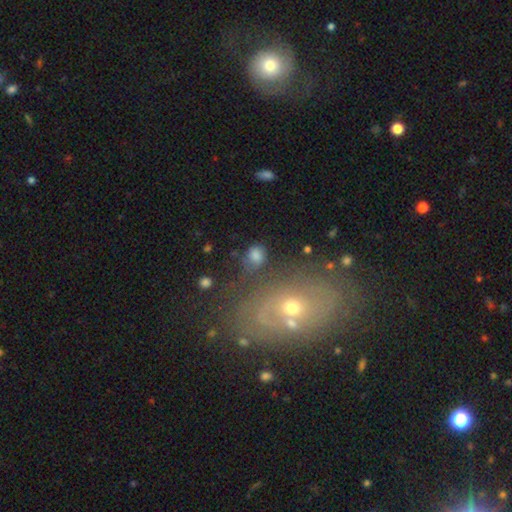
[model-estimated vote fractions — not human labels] smooth_or_featured: smooth (p=0.71) [alt: featured or disk p=0.16]
how_rounded: round (p=0.61) [alt: in between p=0.37]
merging: none (p=0.64) [alt: minor disturbance p=0.17]